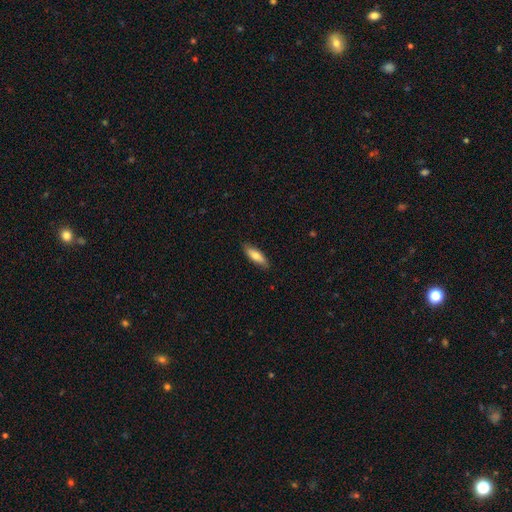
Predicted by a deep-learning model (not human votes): This is likely a smooth galaxy (76%). How rounded: possibly cigar-shaped (51%). Merging: clearly none (84%).